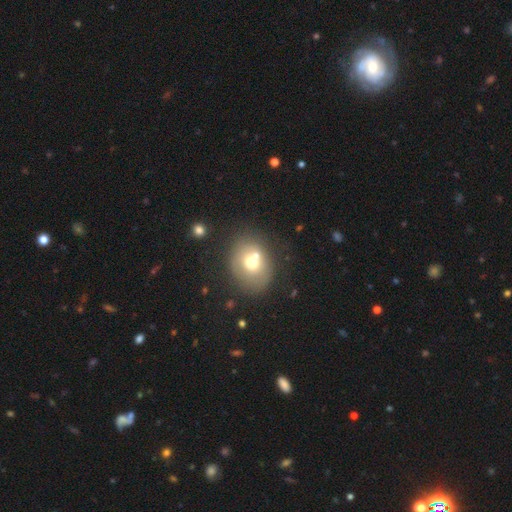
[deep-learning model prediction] This appears to be a smooth galaxy with no disk features (64%) that is round (61%). Merging: none (53%).